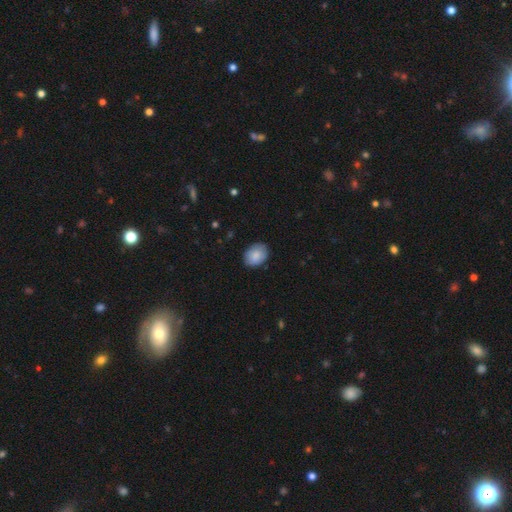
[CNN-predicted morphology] This appears to be a smooth galaxy with no disk features (87%) that is in between round and cigar-shaped (67%). Merging: none (83%).